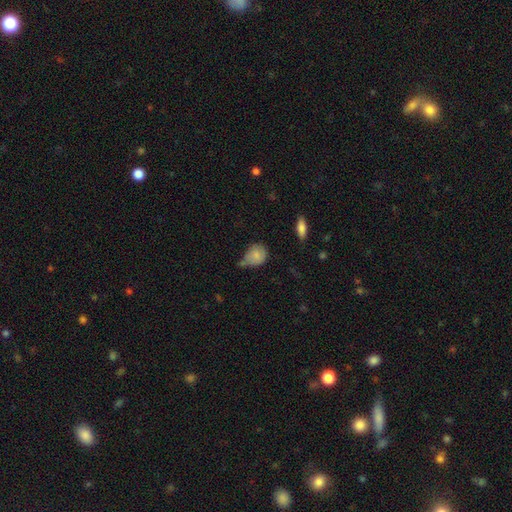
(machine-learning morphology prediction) smooth-or-featured: smooth: 81% | featured or disk: 11% | star or artifact: 8%
  how-rounded: round: 58% | in between: 40% | cigar-shaped: 1%
  merging: none: 39% | minor disturbance: 37% | merger: 13% | major disturbance: 10%